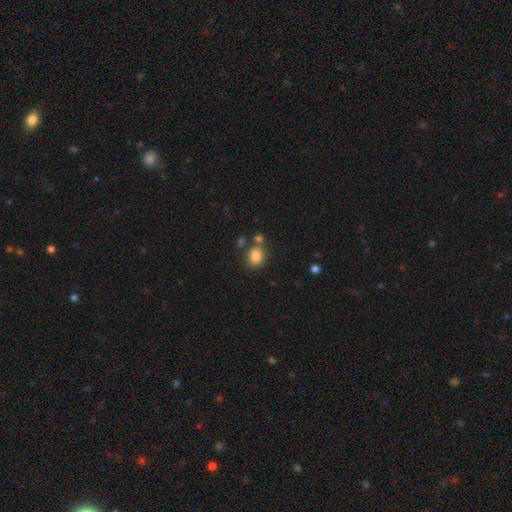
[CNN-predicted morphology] Q: Smooth or featured?
A: smooth (84%); runner-up: star or artifact (10%)
Q: How rounded?
A: in between (50%); runner-up: round (49%)
Q: Merging?
A: none (67%); runner-up: merger (16%)